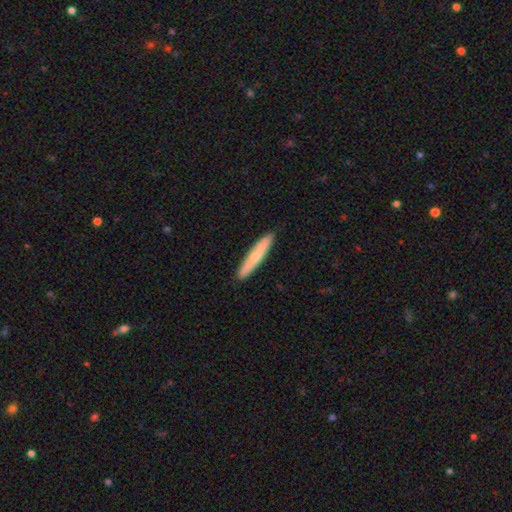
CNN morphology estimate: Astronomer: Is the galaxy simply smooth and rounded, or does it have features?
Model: smooth — 62%.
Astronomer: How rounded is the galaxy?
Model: cigar-shaped — 94%.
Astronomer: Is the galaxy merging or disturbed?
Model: none — 91%.